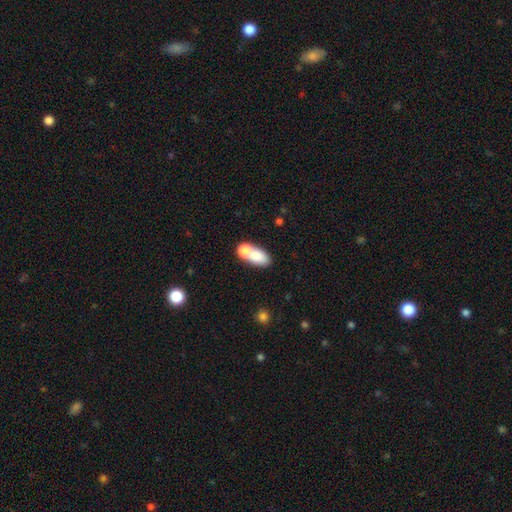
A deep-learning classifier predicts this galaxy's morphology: Q: Smooth or featured?
A: smooth (76%); runner-up: featured or disk (16%)
Q: How rounded?
A: in between (82%); runner-up: round (10%)
Q: Merging?
A: merger (52%); runner-up: none (33%)